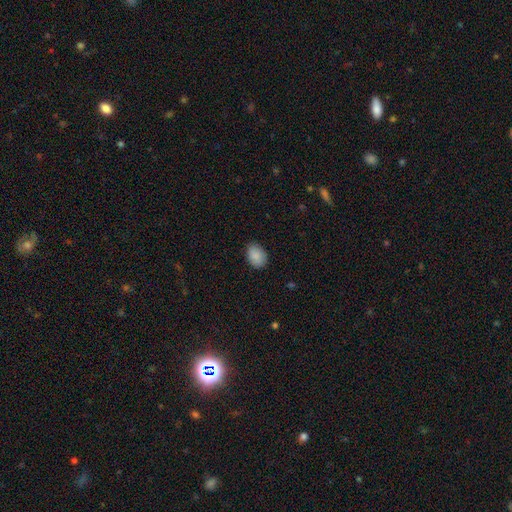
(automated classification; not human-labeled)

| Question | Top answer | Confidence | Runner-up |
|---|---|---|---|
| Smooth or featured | smooth | 89% | star or artifact (7%) |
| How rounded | in between | 83% | round (16%) |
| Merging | none | 85% | minor disturbance (12%) |